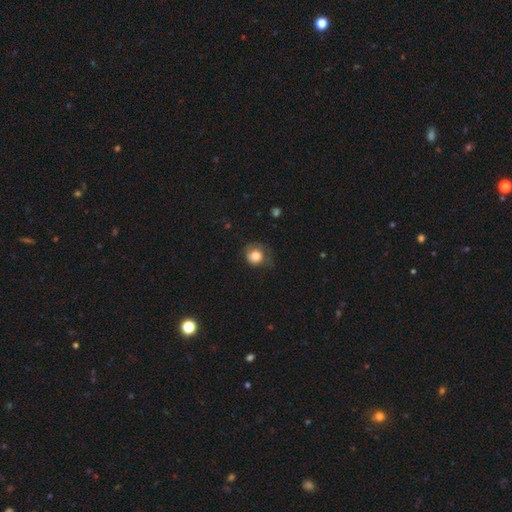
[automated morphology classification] A smooth galaxy with no disk features (79%) that is round (85%).

Vote fractions:
- Smooth or featured? smooth: 79% / star or artifact: 11% / featured or disk: 10%
- How rounded? round: 85% / in between: 15% / cigar-shaped: 1%
- Merging? none: 63% / minor disturbance: 25% / major disturbance: 11% / merger: 1%